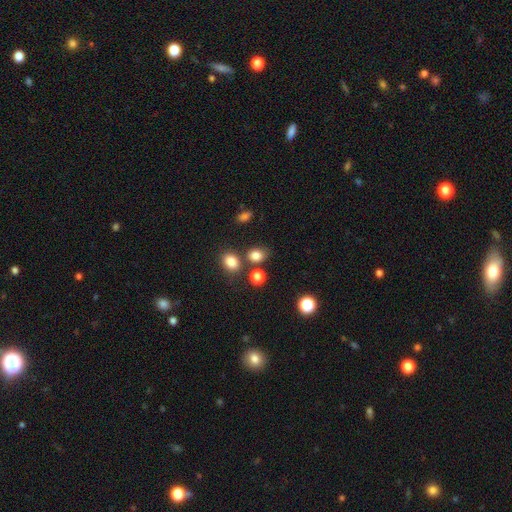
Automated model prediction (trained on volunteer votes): Smooth or featured? smooth (80%)
How rounded? round (52%)
Merging? none (69%)